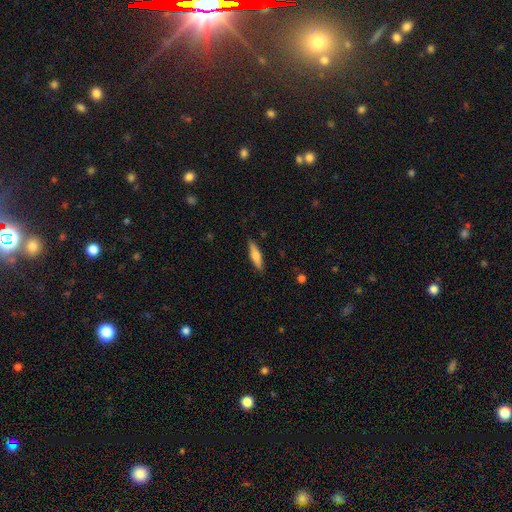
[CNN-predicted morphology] Q: Smooth or featured?
A: smooth (57%); runner-up: featured or disk (37%)
Q: How rounded?
A: cigar-shaped (70%); runner-up: in between (28%)
Q: Merging?
A: none (87%); runner-up: minor disturbance (9%)